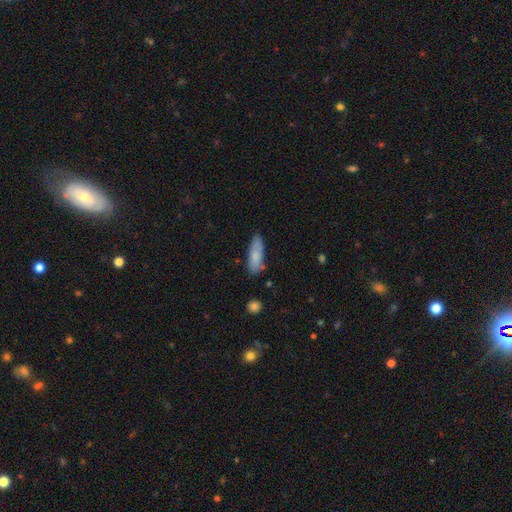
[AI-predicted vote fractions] Smooth or featured? smooth (82%)
How rounded? in between (61%)
Merging? none (74%)